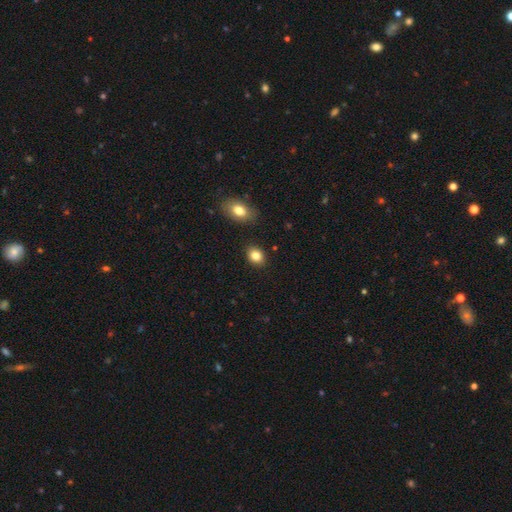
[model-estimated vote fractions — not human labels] This appears to be a smooth galaxy with no disk features (84%) that is in between round and cigar-shaped (57%). Merging: none (88%).